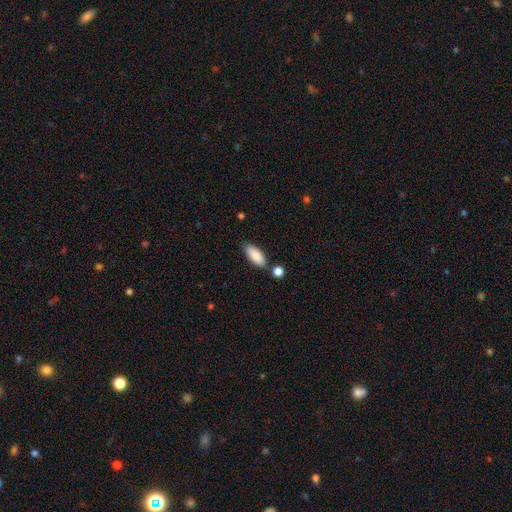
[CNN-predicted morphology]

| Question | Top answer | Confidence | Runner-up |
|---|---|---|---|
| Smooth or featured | smooth | 87% | featured or disk (7%) |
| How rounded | in between | 82% | cigar-shaped (16%) |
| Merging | none | 75% | minor disturbance (14%) |